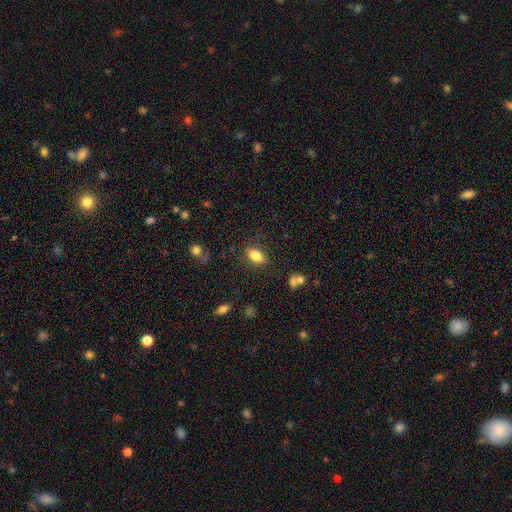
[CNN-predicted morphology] Q: Smooth or featured?
A: smooth (83%); runner-up: star or artifact (9%)
Q: How rounded?
A: in between (89%); runner-up: round (7%)
Q: Merging?
A: none (82%); runner-up: minor disturbance (12%)